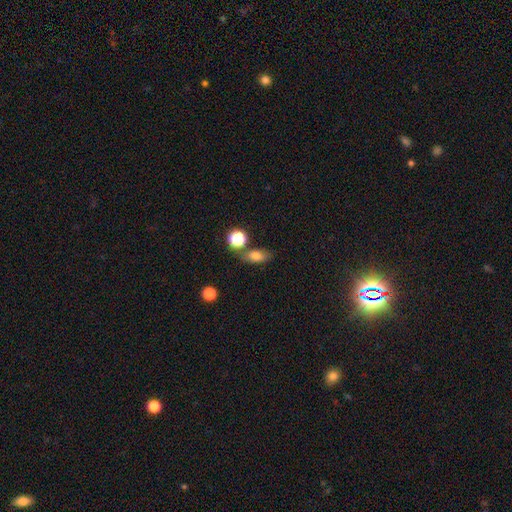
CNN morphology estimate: Overall: smooth (77%). How rounded: in between (75%). Merging: none (69%).